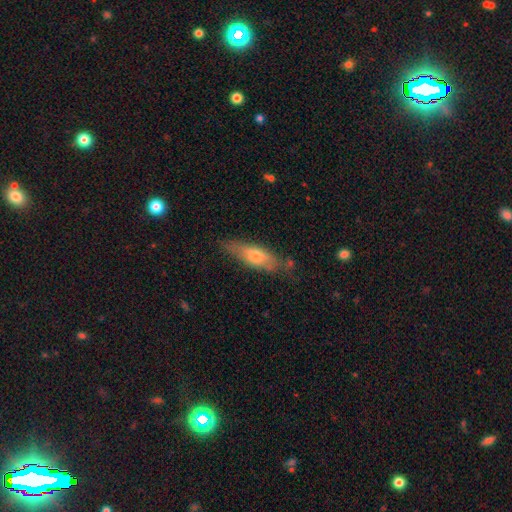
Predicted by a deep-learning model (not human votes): The model was most divided on "how rounded": cigar-shaped: 53%, in between: 45%, round: 2%. More confident: merging — none (69%); smooth or featured — smooth (59%).